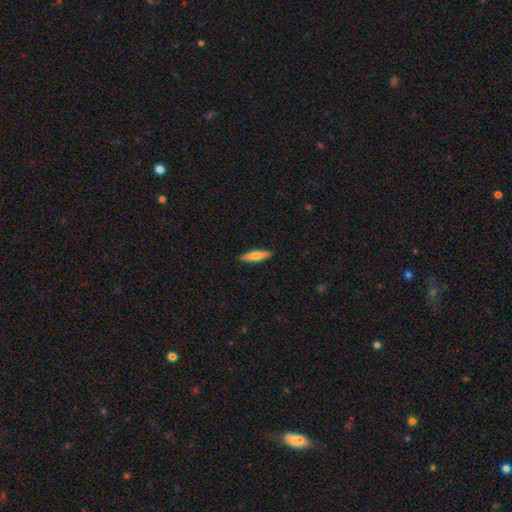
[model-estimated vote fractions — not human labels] Smooth or featured: smooth — 72% (featured or disk — 22%)
How rounded: cigar-shaped — 73% (in between — 26%)
Merging: none — 91% (minor disturbance — 7%)